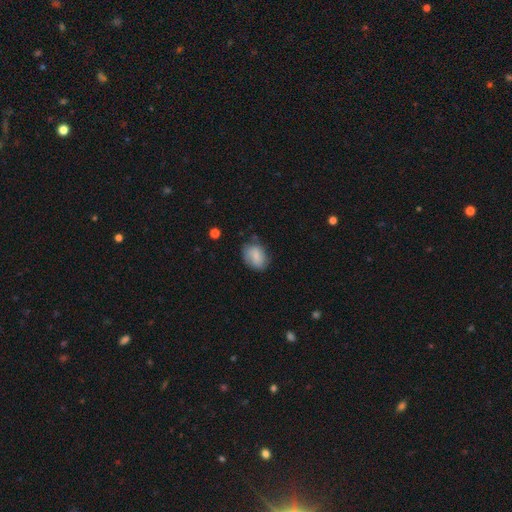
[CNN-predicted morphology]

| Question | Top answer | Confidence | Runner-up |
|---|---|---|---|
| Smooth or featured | smooth | 75% | featured or disk (18%) |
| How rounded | in between | 70% | round (28%) |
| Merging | none | 67% | minor disturbance (25%) |